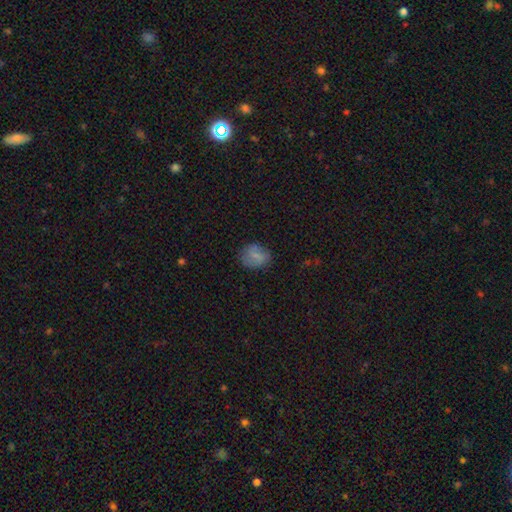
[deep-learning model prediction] Overall: smooth (72%). How rounded: round (57%; in between 42%). Merging: none (75%).